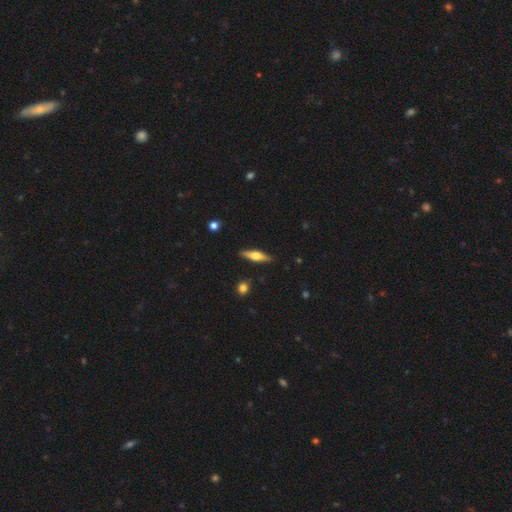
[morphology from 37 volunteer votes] Smooth or featured? featured or disk (57%)
Edge-on disk? yes (100%)
Edge-on bulge? rounded (95%)
Merging? none (97%)